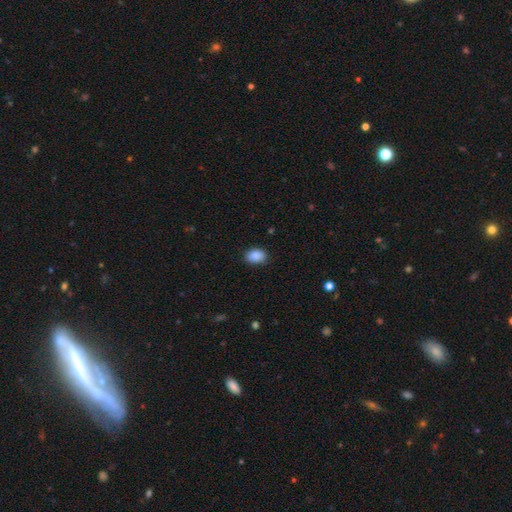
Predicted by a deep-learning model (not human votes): Smooth or featured? smooth (89%)
How rounded? in between (82%)
Merging? none (87%)